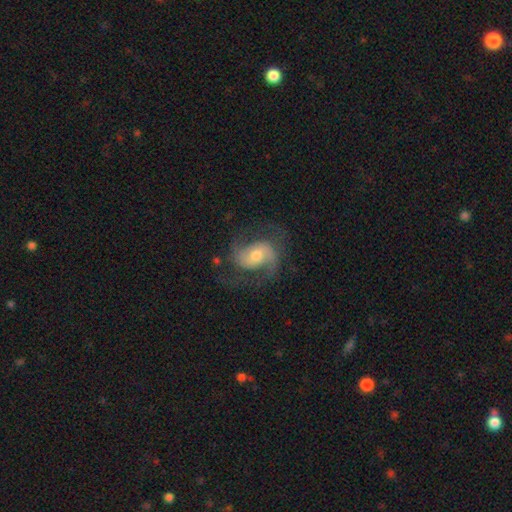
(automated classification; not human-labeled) Smooth or featured? Predicted: featured or disk (p=0.85). Edge-on disk? Predicted: no (p=0.97). Bar? Predicted: no (p=0.50). Spiral arms? Predicted: yes (p=0.96). Spiral winding? Predicted: medium (p=0.54). Spiral arm count? Predicted: 2 (p=0.84). Bulge size? Predicted: moderate (p=0.57). Merging? Predicted: none (p=0.70).